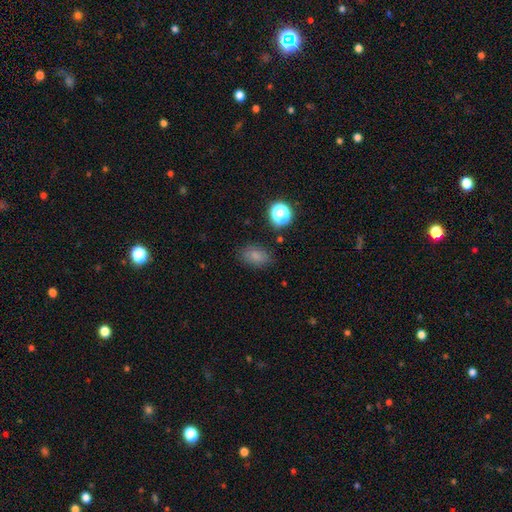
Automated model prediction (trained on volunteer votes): Smooth or featured: smooth — 78% (star or artifact — 14%)
How rounded: in between — 80% (round — 18%)
Merging: none — 78% (minor disturbance — 15%)